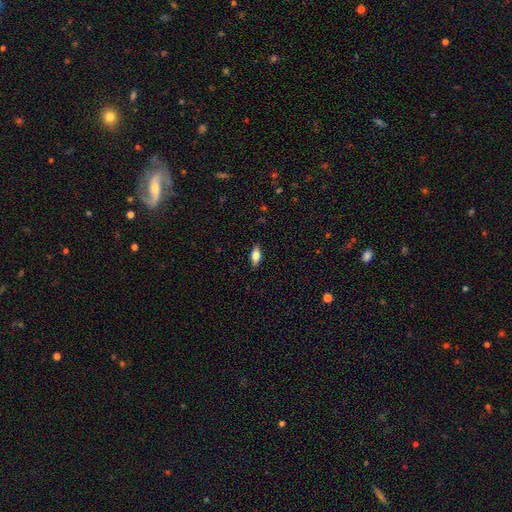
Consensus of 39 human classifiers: Q: Smooth or featured?
A: smooth (74%); runner-up: featured or disk (18%)
Q: How rounded?
A: in between (76%); runner-up: cigar-shaped (17%)
Q: Merging?
A: none (83%); runner-up: major disturbance (11%)